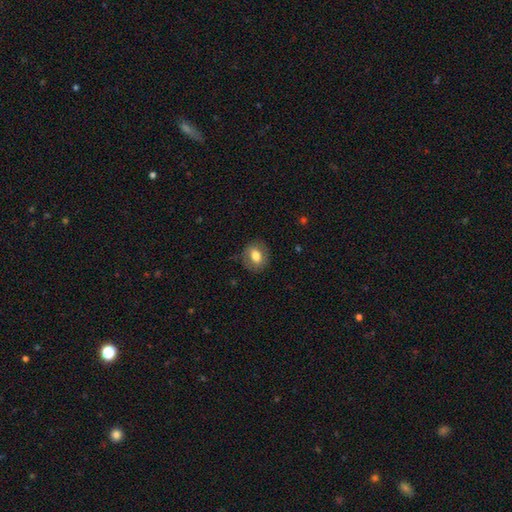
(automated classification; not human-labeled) Morphology: type=smooth (73%); roundness=in between (49%, tied with round); merging=none (81%).